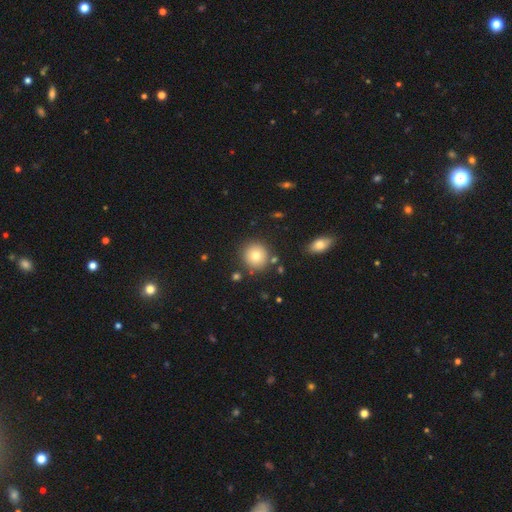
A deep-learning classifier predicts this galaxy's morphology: A smooth galaxy with no disk features (77%) that is round (93%).

Vote fractions:
- Smooth or featured? smooth: 77% / featured or disk: 12% / star or artifact: 11%
- How rounded? round: 93% / in between: 6% / cigar-shaped: 1%
- Merging? none: 85% / minor disturbance: 8% / merger: 4% / major disturbance: 3%